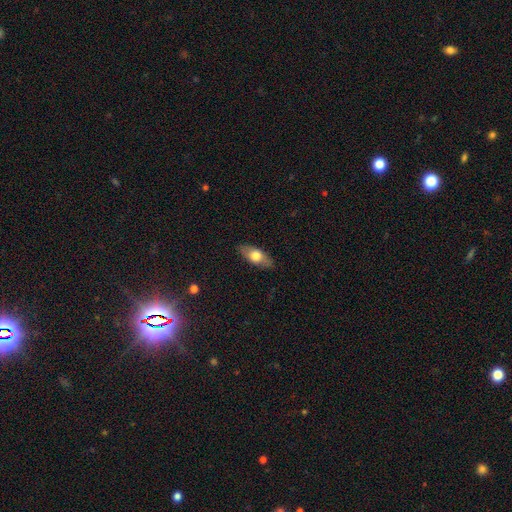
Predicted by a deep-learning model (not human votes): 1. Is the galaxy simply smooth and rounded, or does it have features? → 62% smooth, 32% featured or disk, 6% star or artifact.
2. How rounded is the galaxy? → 79% in between, 16% cigar-shaped, 5% round.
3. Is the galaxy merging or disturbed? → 85% none, 12% minor disturbance, 3% major disturbance, 1% merger.